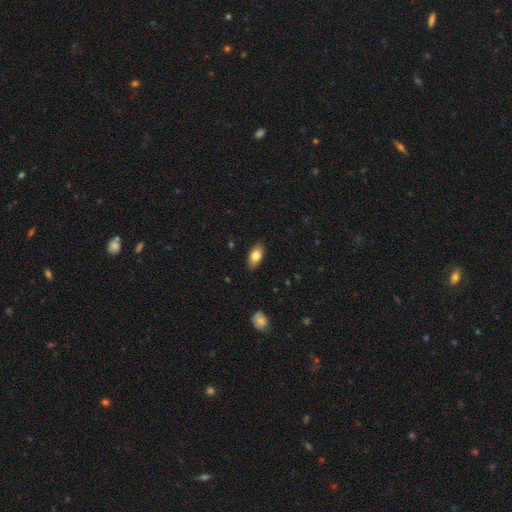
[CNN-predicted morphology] Overall: smooth (80%). How rounded: in between (91%). Merging: none (87%).